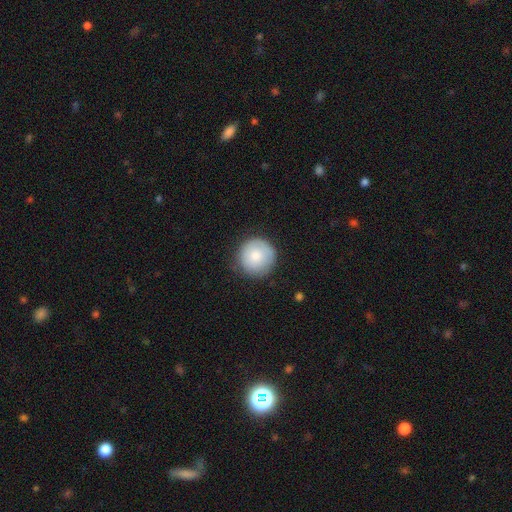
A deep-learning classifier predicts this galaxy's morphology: Q: Smooth or featured?
A: smooth (80%); runner-up: featured or disk (13%)
Q: How rounded?
A: round (96%); runner-up: in between (3%)
Q: Merging?
A: none (84%); runner-up: minor disturbance (12%)